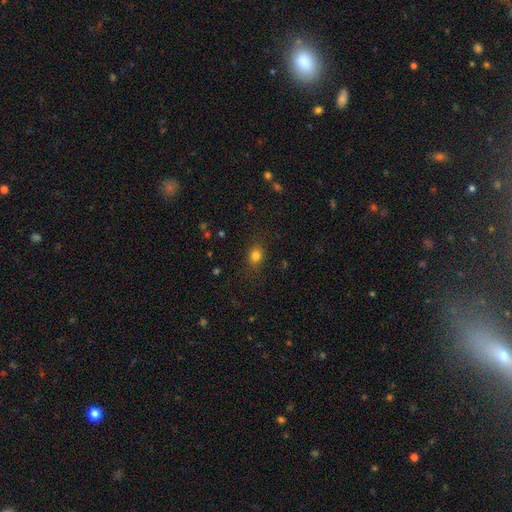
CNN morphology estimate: Smooth or featured? smooth (80%)
How rounded? round (55%)
Merging? none (83%)